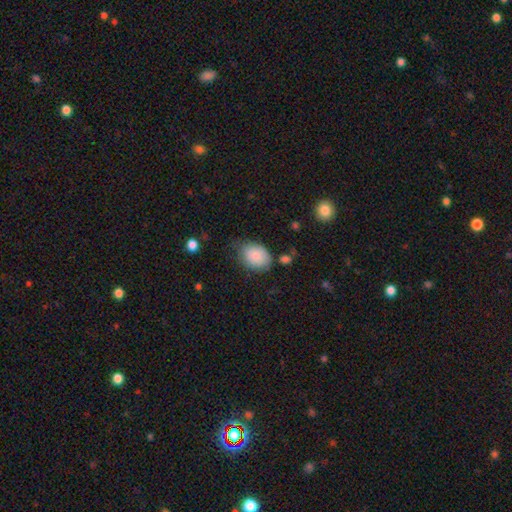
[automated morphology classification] This appears to be a smooth galaxy with no disk features (86%) that is in between round and cigar-shaped (74%). Merging: none (59%).